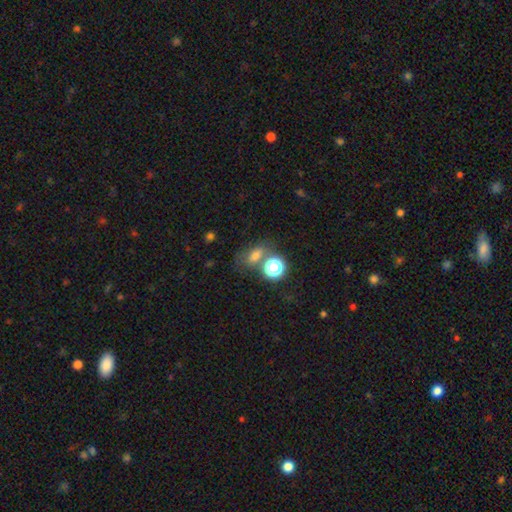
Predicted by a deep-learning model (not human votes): Smooth or featured?
  - smooth: 66% *
  - star or artifact: 21%
  - featured or disk: 13%
How rounded?
  - in between: 64% *
  - round: 32%
  - cigar-shaped: 4%
Merging?
  - none: 52% *
  - merger: 24%
  - minor disturbance: 15%
  - major disturbance: 9%